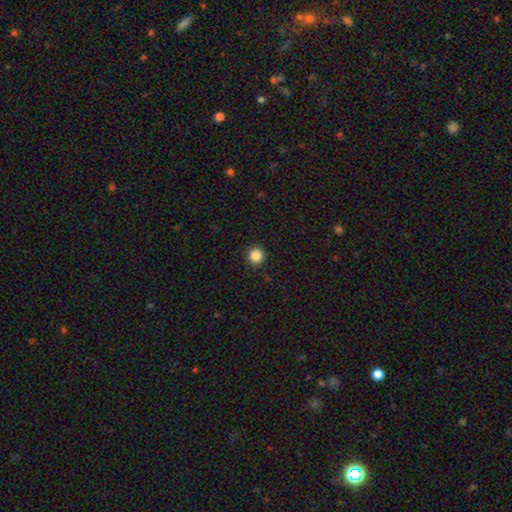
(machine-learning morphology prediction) This appears to be a smooth galaxy with no disk features (86%) that is round (93%). Merging: none (91%).